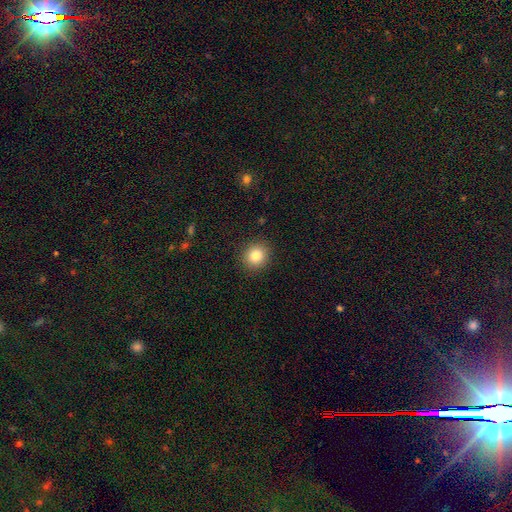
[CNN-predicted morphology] smooth-or-featured: smooth: 83% | star or artifact: 11% | featured or disk: 7%
  how-rounded: round: 87% | in between: 12% | cigar-shaped: 1%
  merging: none: 91% | minor disturbance: 6% | major disturbance: 2% | merger: 1%